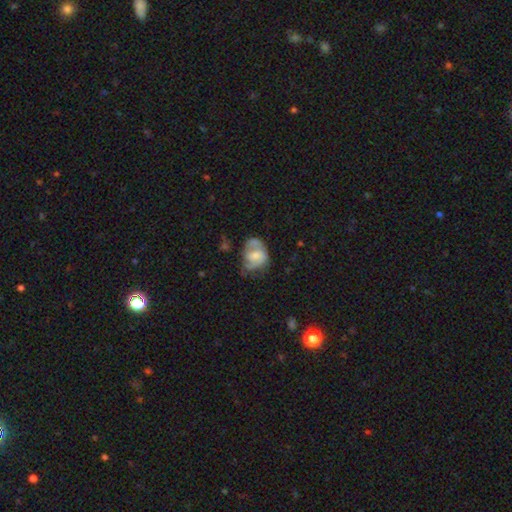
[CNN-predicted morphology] Overall: featured or disk (50%; smooth 42%). Merging: none (34%; minor disturbance 31%).